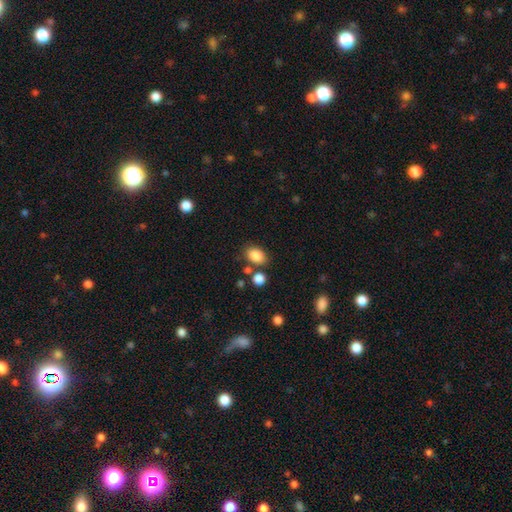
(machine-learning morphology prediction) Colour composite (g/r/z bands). It shows a smooth galaxy with no disk features (86%) that is in between round and cigar-shaped (78%). Merging: none (72%).